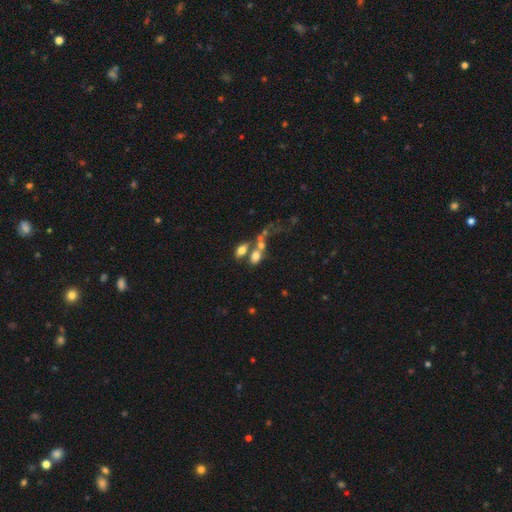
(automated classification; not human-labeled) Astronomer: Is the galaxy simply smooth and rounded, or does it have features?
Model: smooth — 67%.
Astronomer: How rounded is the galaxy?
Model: in between — 81%.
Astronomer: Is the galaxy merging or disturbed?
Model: merger — 53% (runner-up: none, 28%).